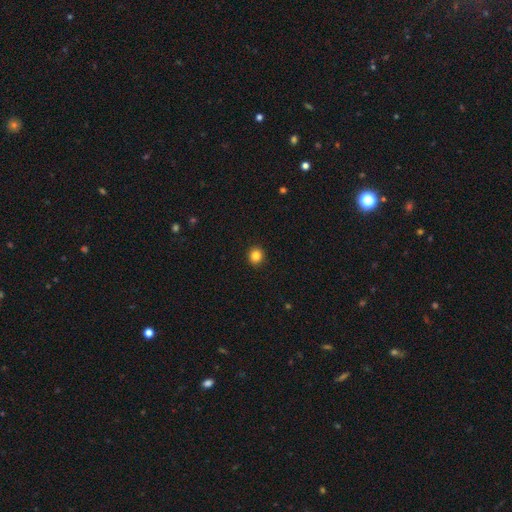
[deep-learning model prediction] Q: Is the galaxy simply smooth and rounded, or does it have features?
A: smooth — 85%.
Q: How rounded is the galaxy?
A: round — 89%.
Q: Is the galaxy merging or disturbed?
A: none — 93%.